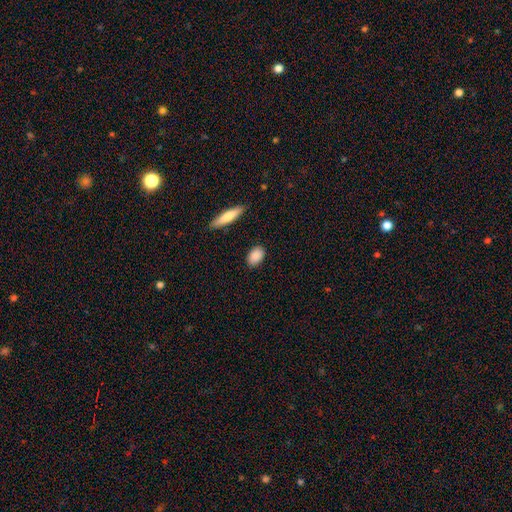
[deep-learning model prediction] The model was most divided on "how rounded": in between: 85%, round: 11%, cigar-shaped: 4%. More confident: smooth or featured — smooth (88%); merging — none (87%).